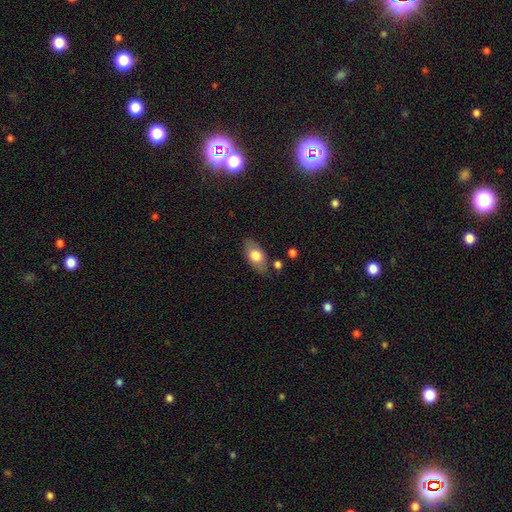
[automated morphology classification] smooth-or-featured: smooth: 72% | featured or disk: 22% | star or artifact: 7%
  how-rounded: in between: 90% | round: 5% | cigar-shaped: 4%
  merging: none: 79% | minor disturbance: 14% | major disturbance: 4% | merger: 3%